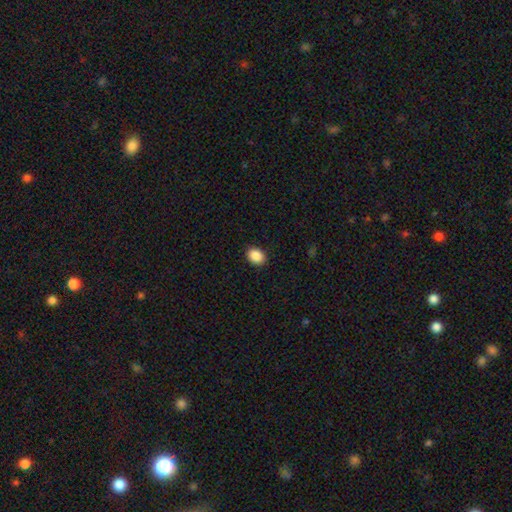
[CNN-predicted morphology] Smooth or featured? smooth (89%)
How rounded? in between (61%)
Merging? none (90%)